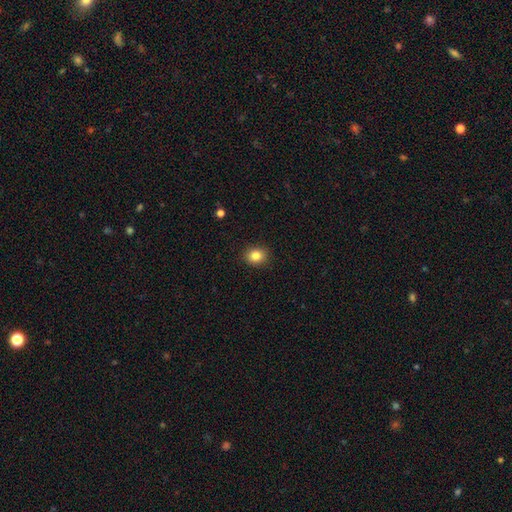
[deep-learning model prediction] Smooth or featured?
  - smooth: 84% *
  - star or artifact: 10%
  - featured or disk: 6%
How rounded?
  - round: 65% *
  - in between: 34%
  - cigar-shaped: 1%
Merging?
  - none: 90% *
  - minor disturbance: 7%
  - major disturbance: 2%
  - merger: 1%